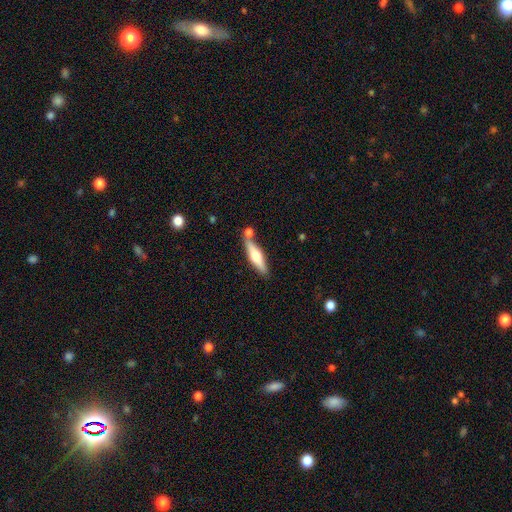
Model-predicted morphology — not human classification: This appears to be a smooth galaxy with no disk features (50%). Merging: none (71%).